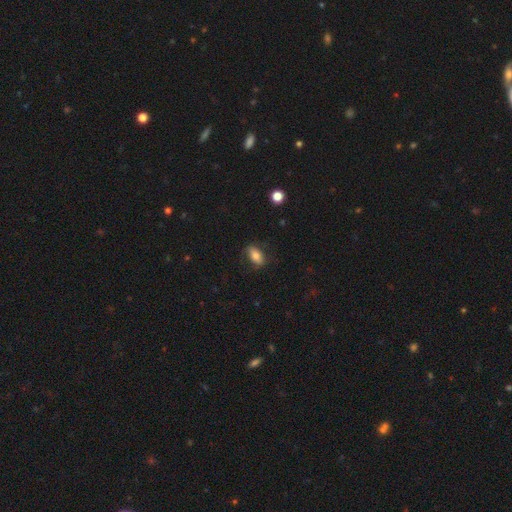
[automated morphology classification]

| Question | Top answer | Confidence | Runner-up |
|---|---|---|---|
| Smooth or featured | smooth | 75% | featured or disk (17%) |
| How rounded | in between | 86% | cigar-shaped (7%) |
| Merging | none | 73% | minor disturbance (19%) |